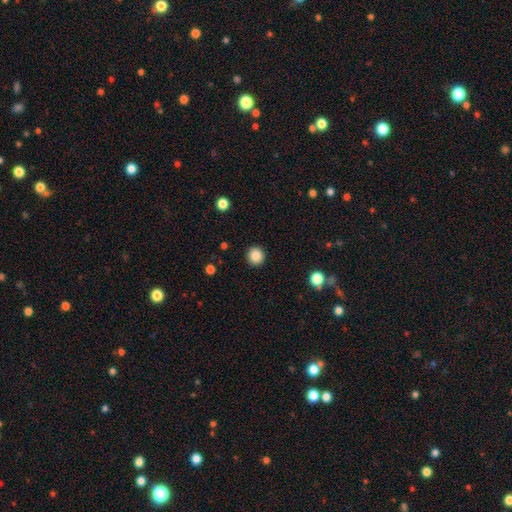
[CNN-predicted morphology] smooth-or-featured: smooth: 86% | star or artifact: 10% | featured or disk: 4%
  how-rounded: round: 93% | in between: 6% | cigar-shaped: 1%
  merging: none: 92% | minor disturbance: 5% | major disturbance: 2% | merger: 1%